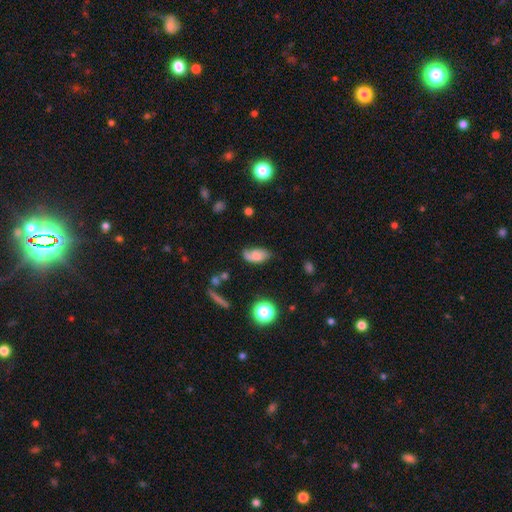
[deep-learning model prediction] smooth 57%, featured or disk 32%, star or artifact 11%. Down the decision tree: how rounded — in between (90%); merging — none (51%).